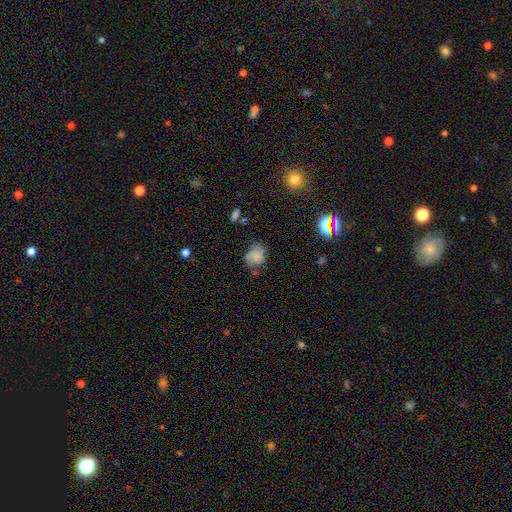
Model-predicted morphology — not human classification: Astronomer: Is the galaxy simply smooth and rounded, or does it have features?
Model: smooth — 62%.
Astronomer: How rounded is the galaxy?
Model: in between — 53% (runner-up: round, 45%).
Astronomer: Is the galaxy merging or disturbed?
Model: none — 48% (runner-up: minor disturbance, 32%).